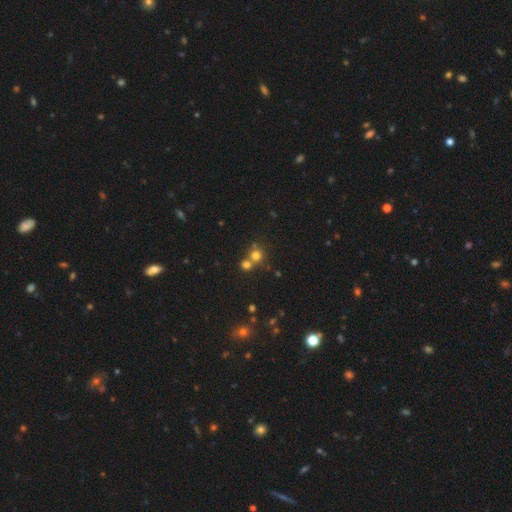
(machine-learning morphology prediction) smooth_or_featured: smooth (p=0.71) [alt: star or artifact p=0.19]
how_rounded: round (p=0.88) [alt: in between p=0.11]
merging: none (p=0.51) [alt: merger p=0.40]